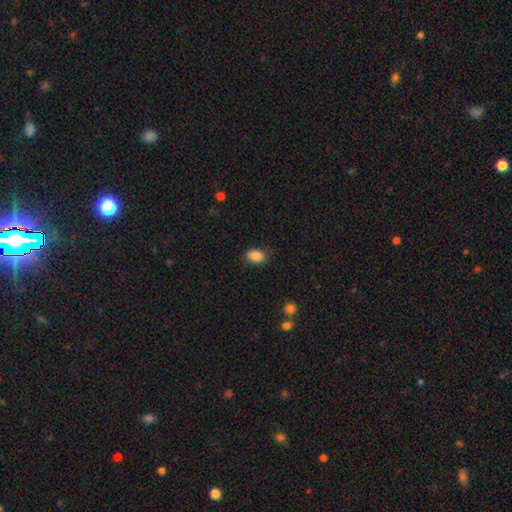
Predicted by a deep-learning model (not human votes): Smooth or featured?
  - smooth: 86% *
  - star or artifact: 9%
  - featured or disk: 5%
How rounded?
  - in between: 79% *
  - round: 19%
  - cigar-shaped: 1%
Merging?
  - none: 83% *
  - minor disturbance: 13%
  - major disturbance: 3%
  - merger: 1%